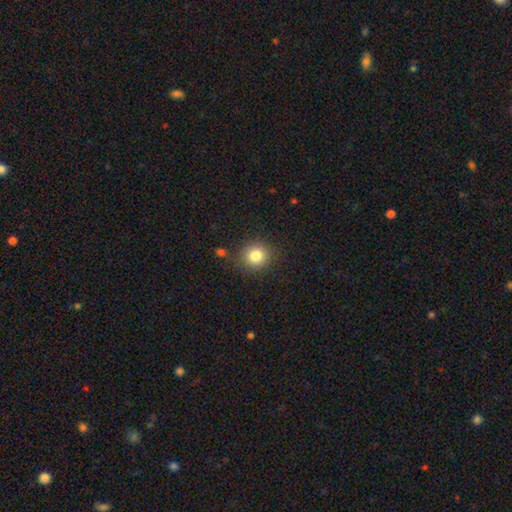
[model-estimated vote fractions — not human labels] Smooth or featured? Predicted: smooth (p=0.83). How rounded? Predicted: round (p=0.88). Merging? Predicted: none (p=0.84).